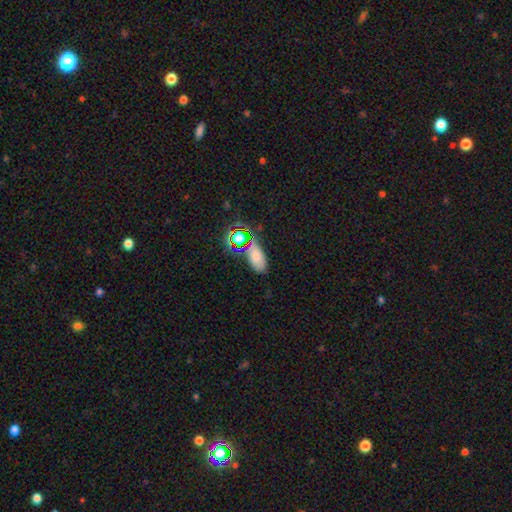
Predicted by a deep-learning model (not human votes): This is possibly a smooth galaxy (50%). Merging: likely none (69%).